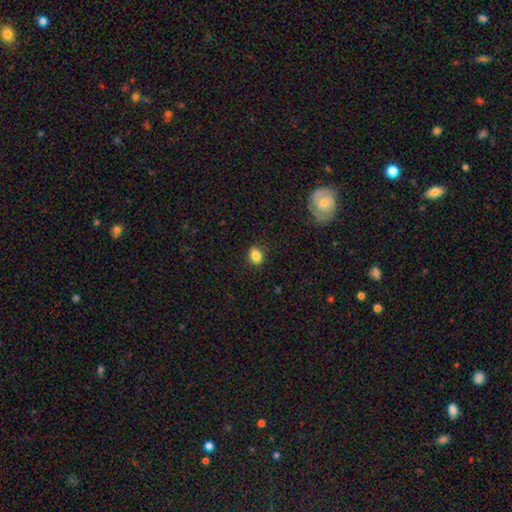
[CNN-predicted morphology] smooth 85%, star or artifact 10%, featured or disk 6%. Down the decision tree: how rounded — in between (53%); merging — none (87%).